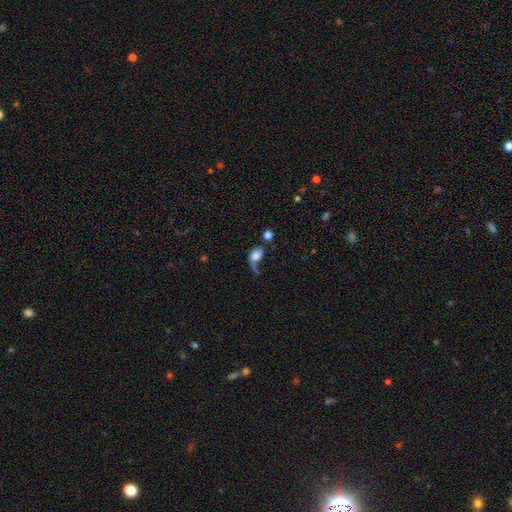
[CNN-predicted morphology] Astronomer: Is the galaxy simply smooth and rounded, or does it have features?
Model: smooth — 60%.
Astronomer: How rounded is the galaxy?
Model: in between — 74%.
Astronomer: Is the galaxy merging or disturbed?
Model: major disturbance — 44% (runner-up: none, 23%).